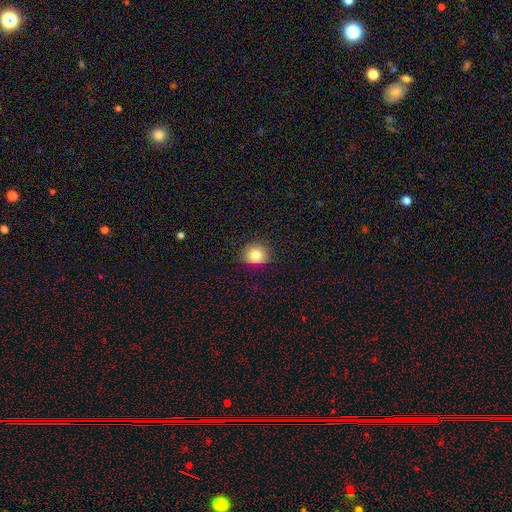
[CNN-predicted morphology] A smooth galaxy with no disk features (81%) that is round (77%).

Vote fractions:
- Smooth or featured? smooth: 81% / star or artifact: 11% / featured or disk: 8%
- How rounded? round: 77% / in between: 22% / cigar-shaped: 1%
- Merging? none: 88% / minor disturbance: 9% / major disturbance: 2% / merger: 1%